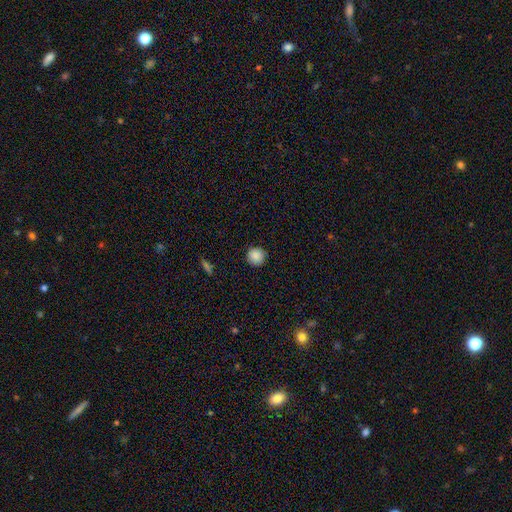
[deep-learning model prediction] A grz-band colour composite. It shows a smooth galaxy with no disk features (88%) that is round (95%). Merging: none (91%).